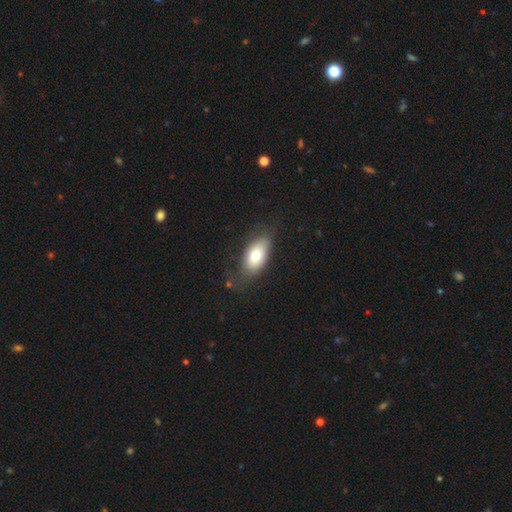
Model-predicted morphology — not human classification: Overall: smooth (76%). How rounded: in between (91%). Merging: none (69%).